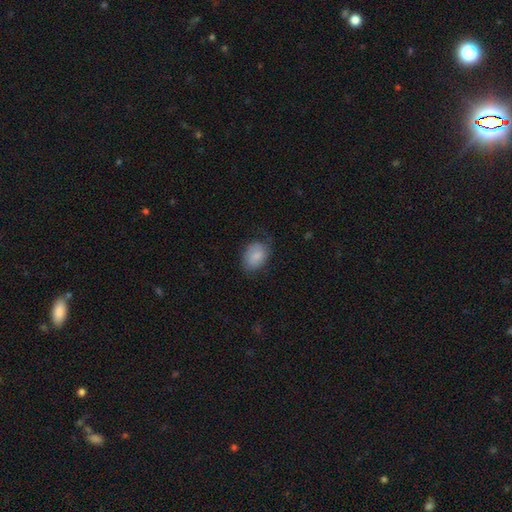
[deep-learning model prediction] A smooth galaxy with no disk features (80%) that is in between round and cigar-shaped (77%). Merging: none (64%).